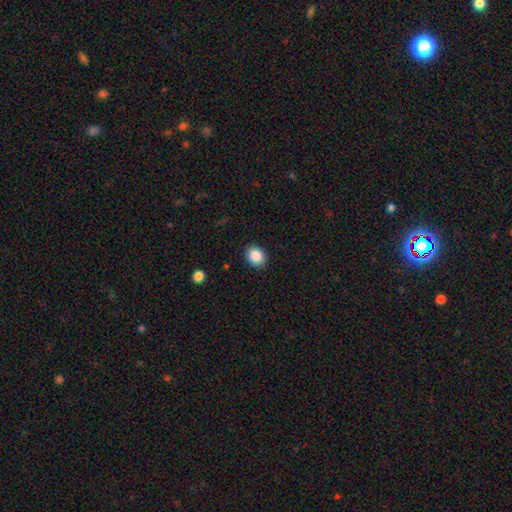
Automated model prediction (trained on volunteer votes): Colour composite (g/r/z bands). It shows a smooth galaxy with no disk features (88%) that is round (56%). Merging: none (90%).